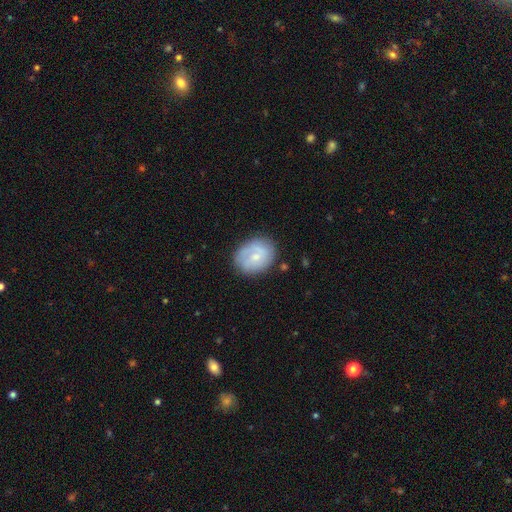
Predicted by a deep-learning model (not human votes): smooth-or-featured: featured or disk: 48% | smooth: 45% | star or artifact: 7%
  merging: none: 72% | minor disturbance: 19% | major disturbance: 6% | merger: 2%